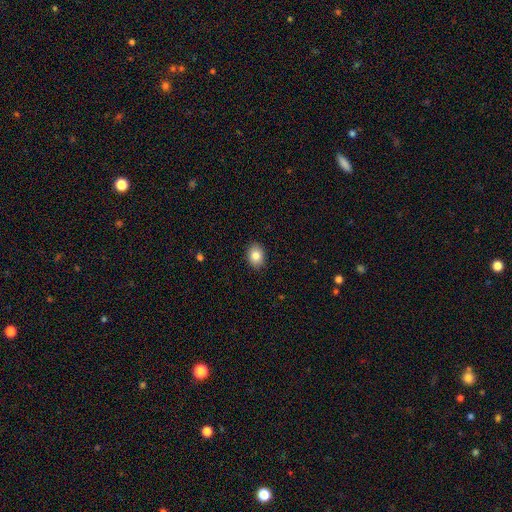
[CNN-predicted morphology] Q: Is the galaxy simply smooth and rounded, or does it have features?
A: smooth — 85%.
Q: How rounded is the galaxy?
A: in between — 64%.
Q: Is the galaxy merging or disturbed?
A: none — 89%.